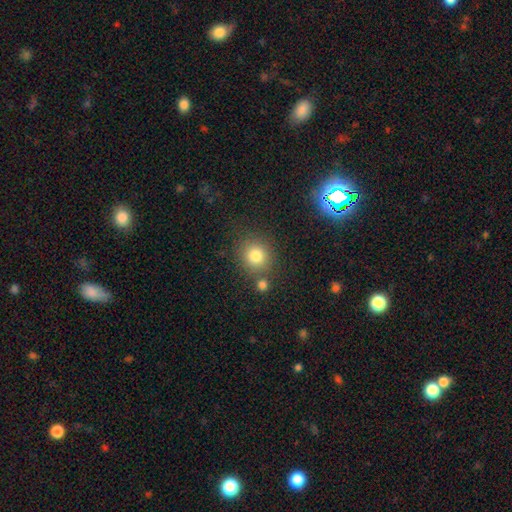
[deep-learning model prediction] The model was most divided on "merging": none: 74%, merger: 12%, minor disturbance: 10%, major disturbance: 4%. More confident: how rounded — round (87%); smooth or featured — smooth (81%).